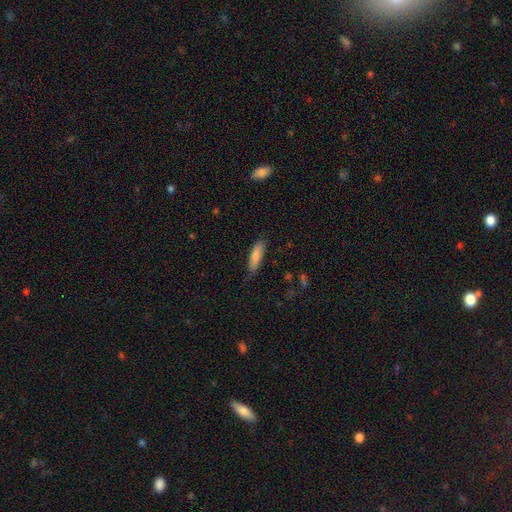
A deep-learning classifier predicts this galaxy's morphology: smooth_or_featured: smooth (p=0.83) [alt: featured or disk p=0.11]
how_rounded: cigar-shaped (p=0.63) [alt: in between p=0.36]
merging: none (p=0.72) [alt: minor disturbance p=0.22]